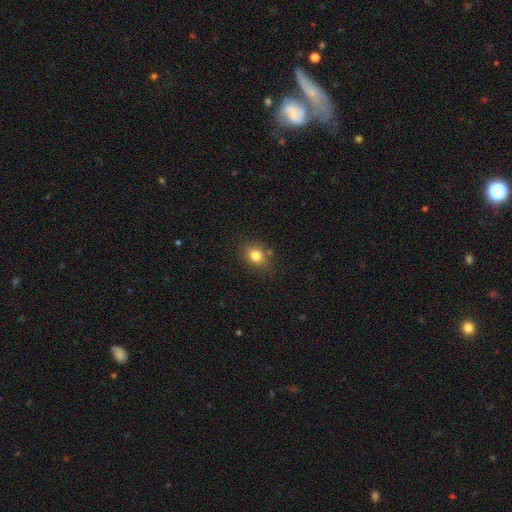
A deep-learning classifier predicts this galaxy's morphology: Q: Smooth or featured?
A: smooth (81%); runner-up: star or artifact (12%)
Q: How rounded?
A: in between (50%); runner-up: round (49%)
Q: Merging?
A: none (81%); runner-up: minor disturbance (12%)